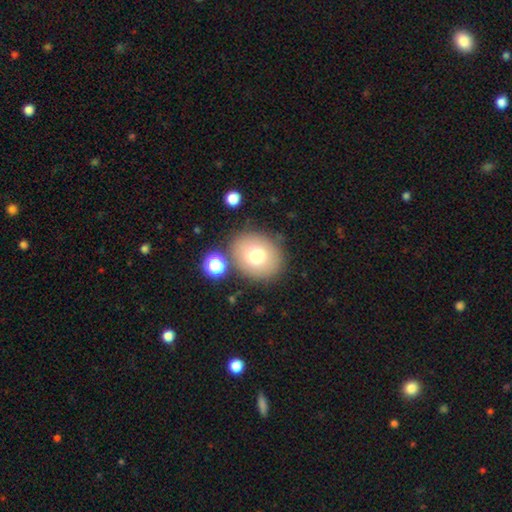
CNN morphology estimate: The model was most divided on "how rounded": round: 68%, in between: 31%, cigar-shaped: 1%. More confident: merging — none (79%); smooth or featured — smooth (73%).